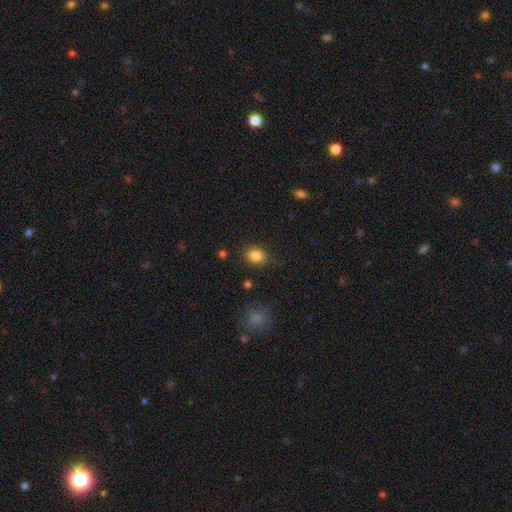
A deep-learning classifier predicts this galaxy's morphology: Smooth or featured: smooth — 85% (star or artifact — 10%)
How rounded: in between — 62% (round — 37%)
Merging: none — 82% (minor disturbance — 13%)